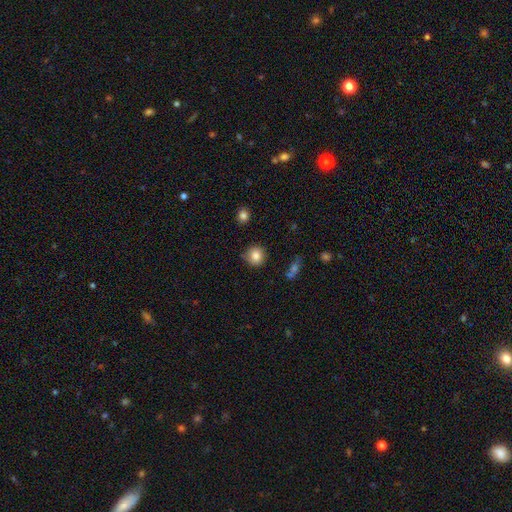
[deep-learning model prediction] smooth 84%, star or artifact 10%, featured or disk 6%. Down the decision tree: how rounded — round (91%); merging — none (84%).